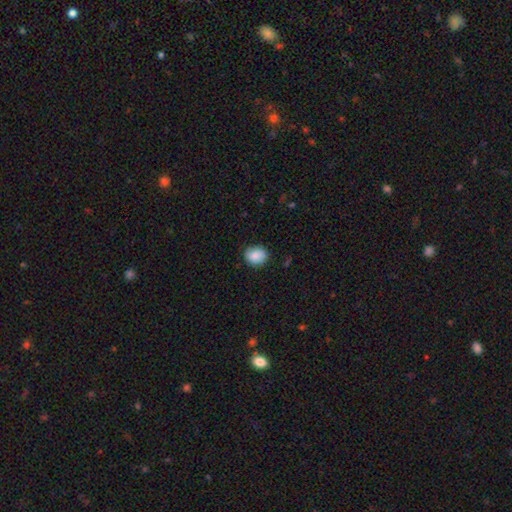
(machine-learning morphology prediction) A smooth galaxy with no disk features (86%) that is round (70%). Merging: none (83%).